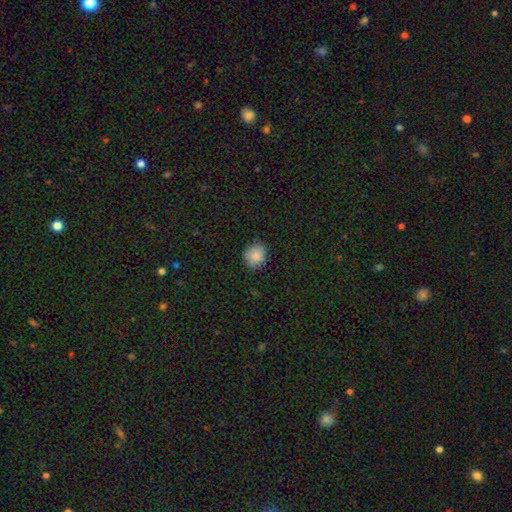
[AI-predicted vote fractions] Smooth or featured? Predicted: smooth (p=0.85). How rounded? Predicted: round (p=0.77). Merging? Predicted: none (p=0.83).